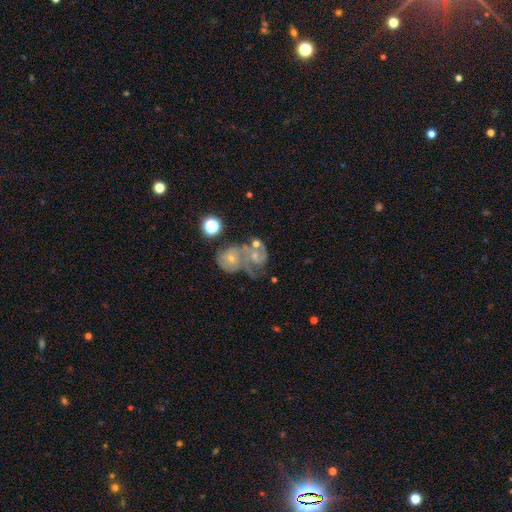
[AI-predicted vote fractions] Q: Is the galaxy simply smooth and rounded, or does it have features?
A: featured or disk — 71%.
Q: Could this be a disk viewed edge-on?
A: no — 98%.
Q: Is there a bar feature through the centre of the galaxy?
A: no — 69%.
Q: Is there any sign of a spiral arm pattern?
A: yes — 85%.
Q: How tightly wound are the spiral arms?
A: medium — 43%.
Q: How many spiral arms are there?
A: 2 — 41%.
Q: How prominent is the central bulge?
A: small — 58%.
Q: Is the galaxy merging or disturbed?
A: merger — 59%.